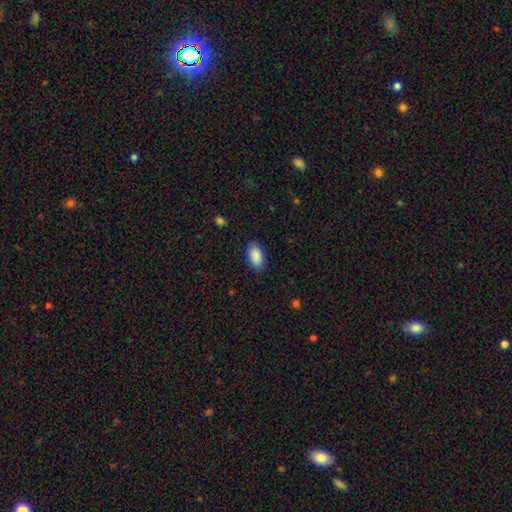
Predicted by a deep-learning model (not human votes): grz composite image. It shows a smooth galaxy with no disk features (90%) that is in between round and cigar-shaped (94%). Merging: none (85%).